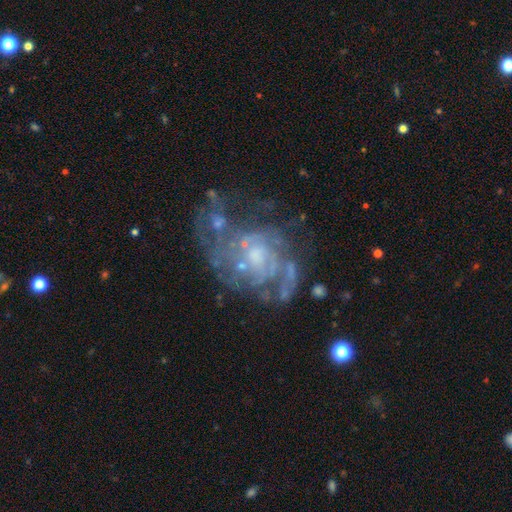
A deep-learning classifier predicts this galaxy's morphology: This appears to be a featured or disk galaxy (81%) with no bar (69%), tight (45%) spiral arms (81%) and a small central bulge (50%). Merging: none (50%).